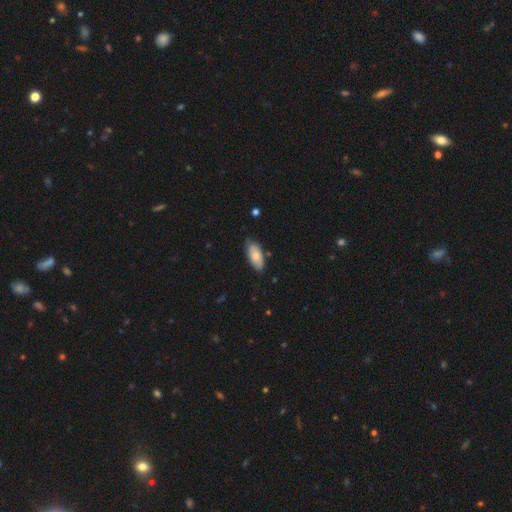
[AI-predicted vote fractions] Morphology: type=smooth (72%); roundness=in between (89%); merging=none (75%).